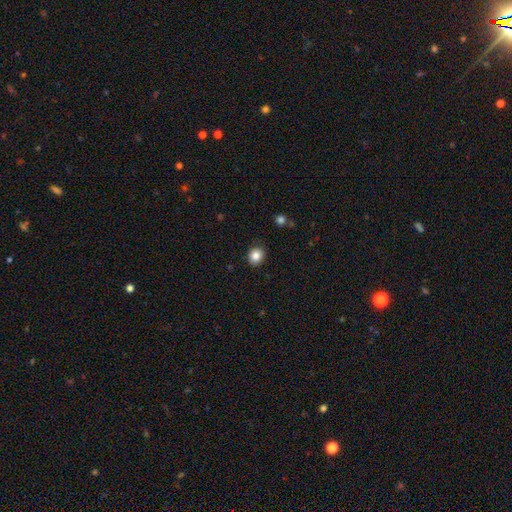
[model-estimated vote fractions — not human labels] Smooth or featured? Predicted: smooth (p=0.84). How rounded? Predicted: round (p=0.71). Merging? Predicted: none (p=0.88).